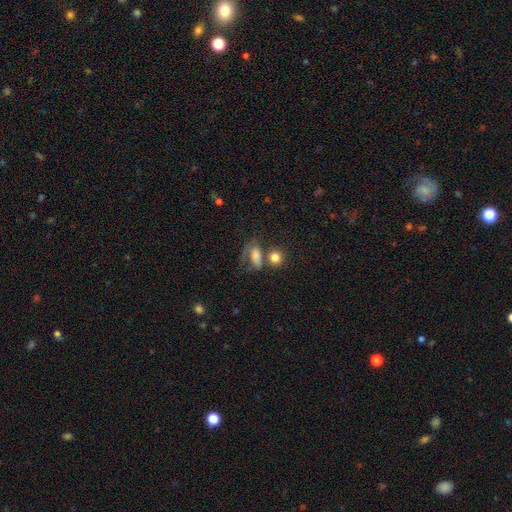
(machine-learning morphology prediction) smooth-or-featured: smooth: 72% | featured or disk: 16% | star or artifact: 11%
  how-rounded: in between: 77% | round: 18% | cigar-shaped: 5%
  merging: none: 33% | merger: 29% | major disturbance: 21% | minor disturbance: 18%